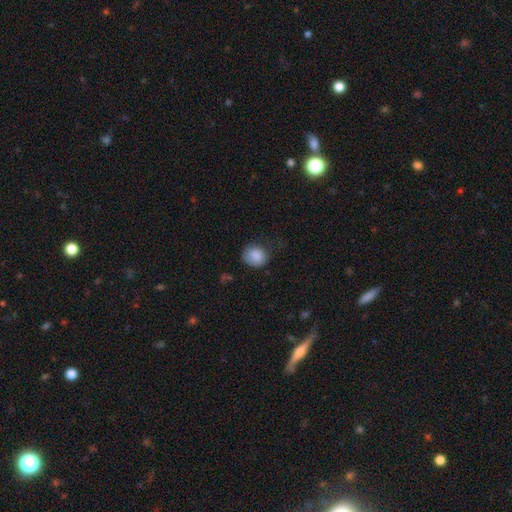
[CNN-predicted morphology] smooth-or-featured: smooth: 86% | star or artifact: 8% | featured or disk: 6%
  how-rounded: round: 74% | in between: 25% | cigar-shaped: 1%
  merging: none: 59% | minor disturbance: 28% | major disturbance: 12% | merger: 2%